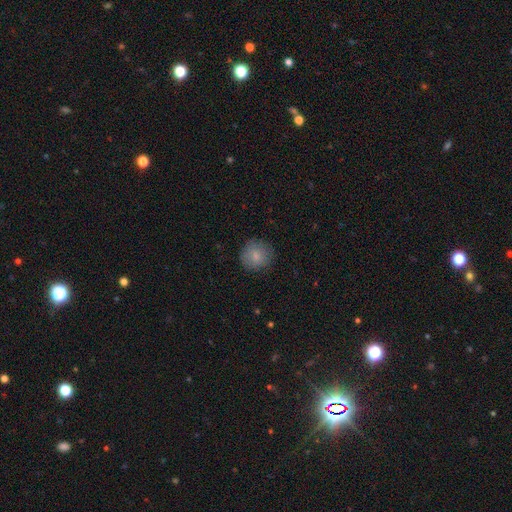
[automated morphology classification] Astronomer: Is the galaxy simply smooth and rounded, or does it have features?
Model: smooth — 83%.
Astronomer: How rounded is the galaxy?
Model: round — 91%.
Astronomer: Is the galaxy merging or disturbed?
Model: none — 84%.